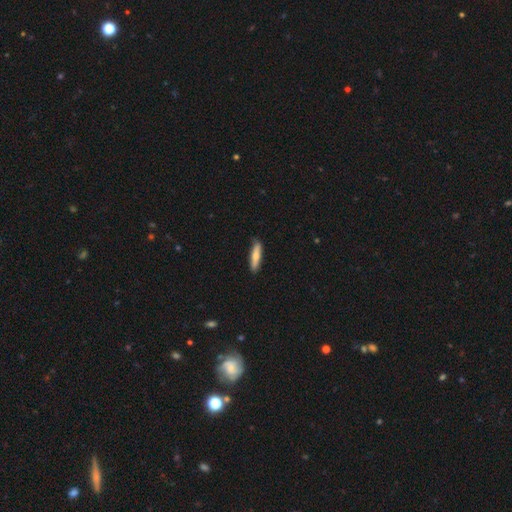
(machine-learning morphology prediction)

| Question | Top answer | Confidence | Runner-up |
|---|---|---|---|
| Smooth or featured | smooth | 67% | featured or disk (27%) |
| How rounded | cigar-shaped | 82% | in between (16%) |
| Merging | none | 87% | minor disturbance (10%) |